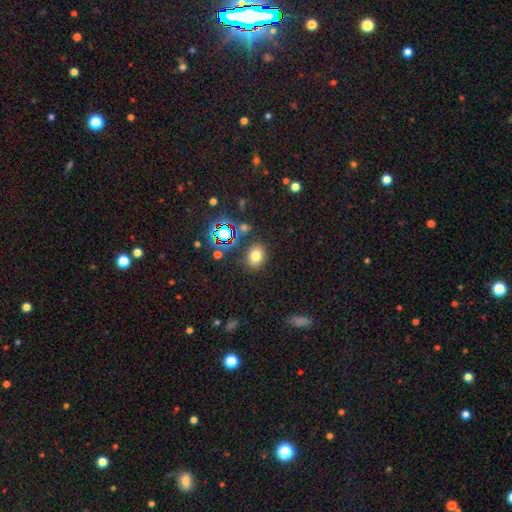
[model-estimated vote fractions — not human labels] Smooth or featured? Predicted: smooth (p=0.73). How rounded? Predicted: in between (p=0.61). Merging? Predicted: none (p=0.82).